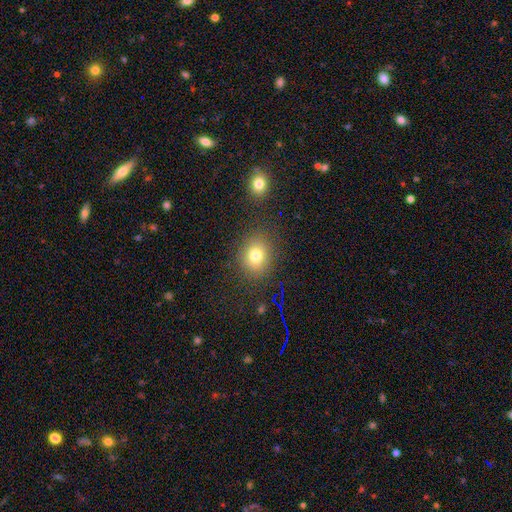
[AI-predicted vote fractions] This appears to be a smooth galaxy with no disk features (77%) that is round (69%). Merging: none (84%).